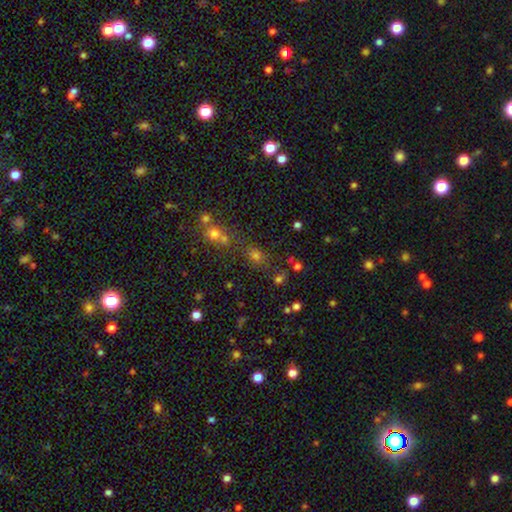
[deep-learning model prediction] Morphology: type=smooth (54%); roundness=round (69%); merging=none (65%).